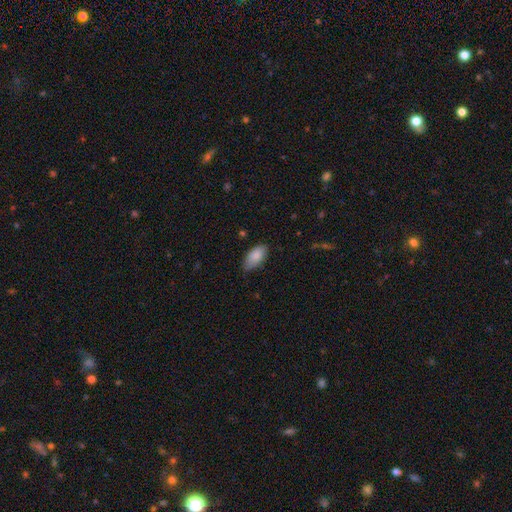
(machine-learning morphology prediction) Smooth or featured? Predicted: smooth (p=0.88). How rounded? Predicted: in between (p=0.92). Merging? Predicted: none (p=0.75).